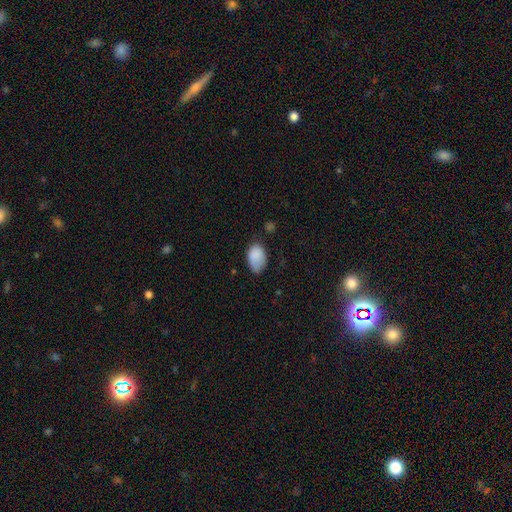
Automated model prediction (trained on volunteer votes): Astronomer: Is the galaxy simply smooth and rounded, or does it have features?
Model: smooth — 86%.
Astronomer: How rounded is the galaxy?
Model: in between — 88%.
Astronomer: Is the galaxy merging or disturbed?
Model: none — 56% (runner-up: minor disturbance, 34%).